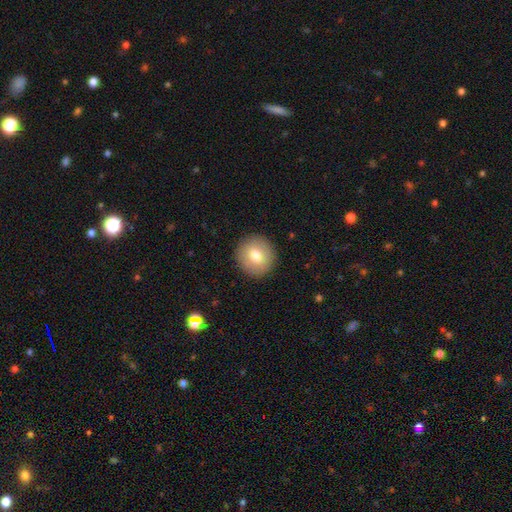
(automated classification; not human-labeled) Smooth or featured?
  - smooth: 74% *
  - featured or disk: 17%
  - star or artifact: 8%
How rounded?
  - round: 92% *
  - in between: 7%
  - cigar-shaped: 1%
Merging?
  - none: 91% *
  - minor disturbance: 6%
  - major disturbance: 2%
  - merger: 1%